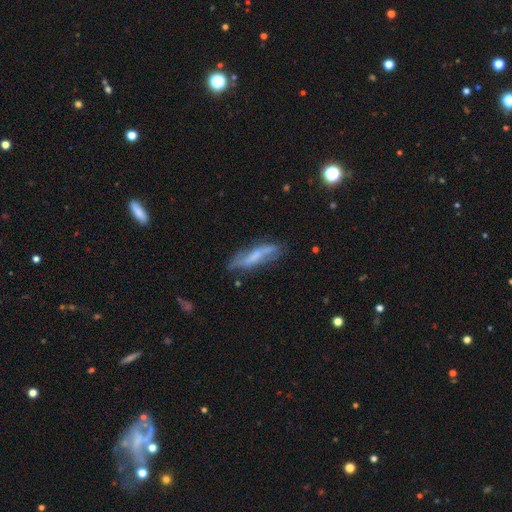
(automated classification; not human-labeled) Overall: featured or disk (56%; smooth 36%). Edge-on disk: yes (51%; no 49%). Merging: none (63%; minor disturbance 24%).